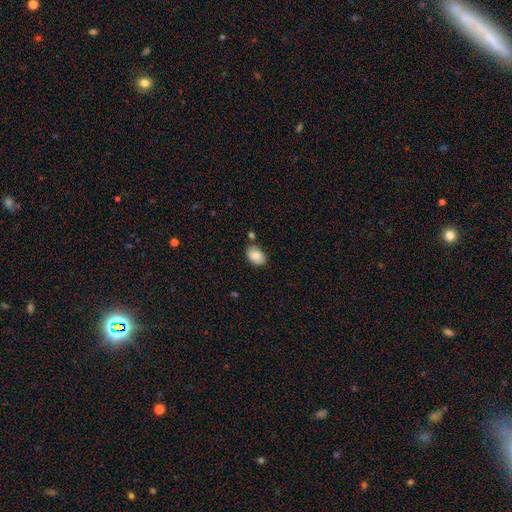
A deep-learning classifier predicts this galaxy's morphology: The model was most divided on "merging": none: 72%, minor disturbance: 17%, merger: 8%, major disturbance: 3%. More confident: smooth or featured — smooth (82%); how rounded — in between (81%).